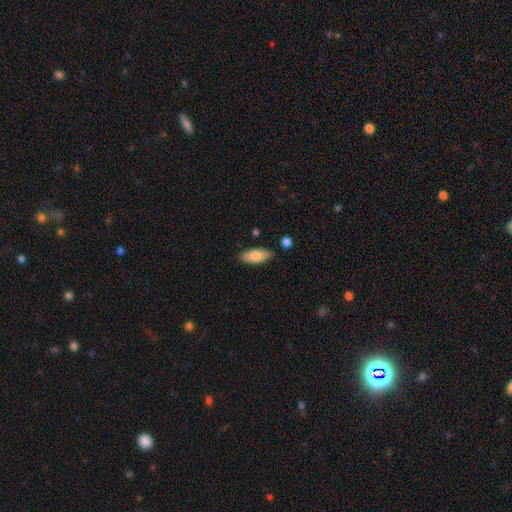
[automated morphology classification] Smooth or featured? Predicted: smooth (p=0.81). How rounded? Predicted: in between (p=0.82). Merging? Predicted: none (p=0.84).